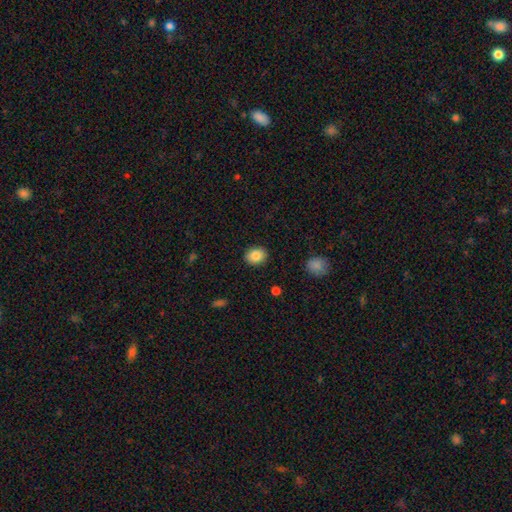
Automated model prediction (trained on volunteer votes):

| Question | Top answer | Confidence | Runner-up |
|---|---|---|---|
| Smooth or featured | smooth | 86% | star or artifact (9%) |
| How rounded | round | 56% | in between (44%) |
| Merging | none | 89% | minor disturbance (7%) |